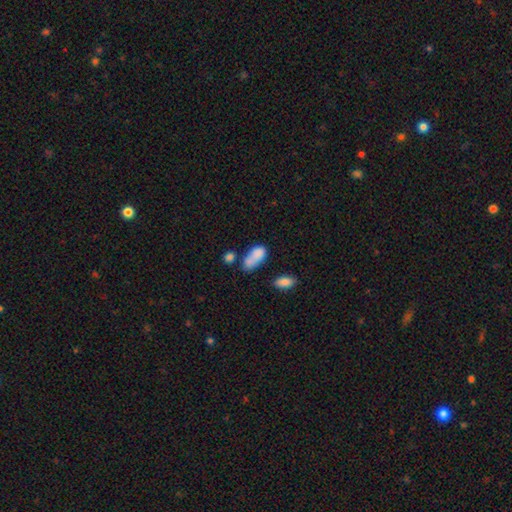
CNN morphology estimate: A smooth galaxy with no disk features (79%) that is in between round and cigar-shaped (88%). Merging: none (36%).